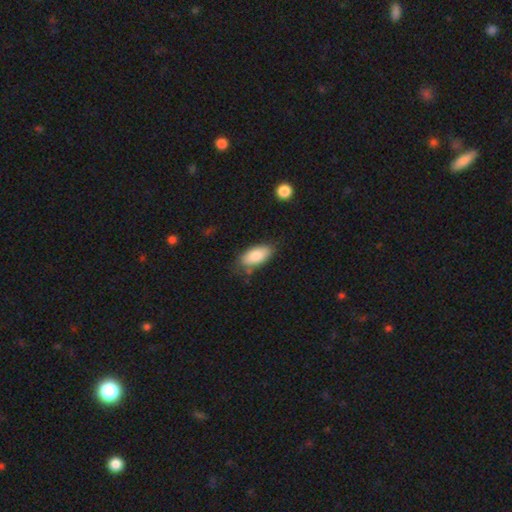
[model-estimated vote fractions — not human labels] The model was most divided on "merging": none: 69%, minor disturbance: 22%, major disturbance: 5%, merger: 4%. More confident: how rounded — in between (90%); smooth or featured — smooth (84%).